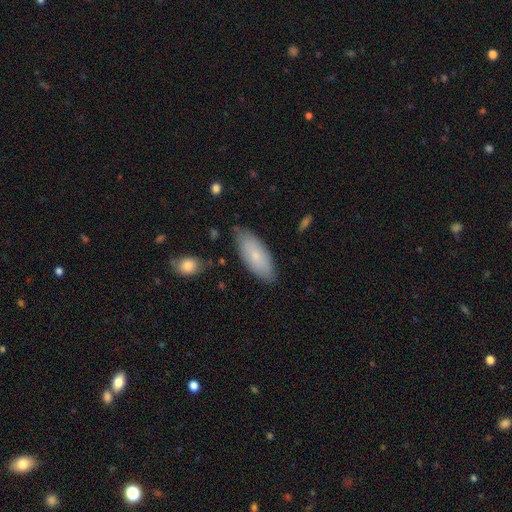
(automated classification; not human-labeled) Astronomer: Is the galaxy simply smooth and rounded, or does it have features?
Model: smooth — 77%.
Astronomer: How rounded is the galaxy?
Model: in between — 82%.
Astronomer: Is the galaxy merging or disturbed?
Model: none — 80%.